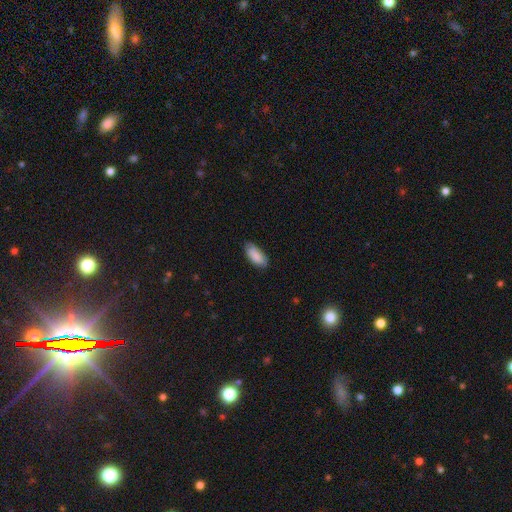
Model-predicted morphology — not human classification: Smooth or featured: smooth — 87% (featured or disk — 7%)
How rounded: in between — 87% (cigar-shaped — 12%)
Merging: none — 79% (minor disturbance — 17%)